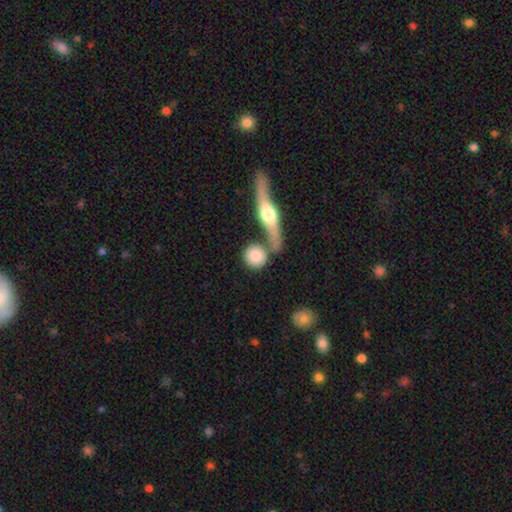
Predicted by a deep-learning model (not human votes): A smooth galaxy with no disk features (78%) that is round (85%).

Vote fractions:
- Smooth or featured? smooth: 78% / featured or disk: 16% / star or artifact: 6%
- How rounded? round: 85% / in between: 11% / cigar-shaped: 4%
- Merging? none: 60% / merger: 24% / minor disturbance: 11% / major disturbance: 5%